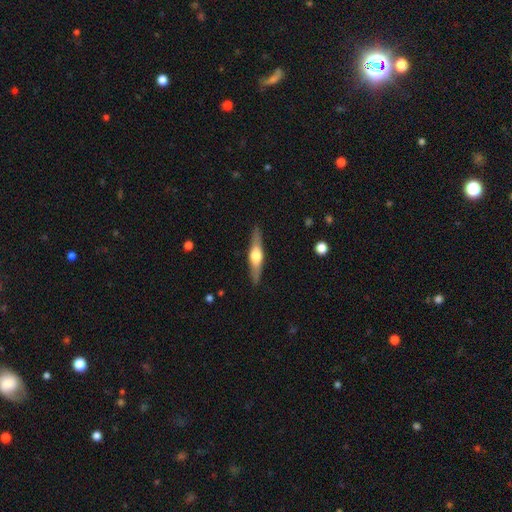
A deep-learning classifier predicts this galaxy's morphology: Smooth or featured: featured or disk — 63% (smooth — 32%)
Edge-on disk: yes — 96% (no — 4%)
Edge-on bulge: rounded — 92% (boxy — 6%)
Merging: none — 89% (minor disturbance — 8%)